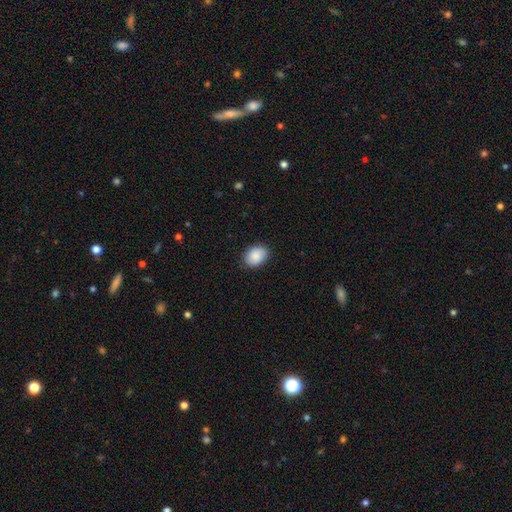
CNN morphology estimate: Smooth or featured: smooth — 87% (star or artifact — 7%)
How rounded: in between — 70% (round — 29%)
Merging: none — 84% (minor disturbance — 12%)